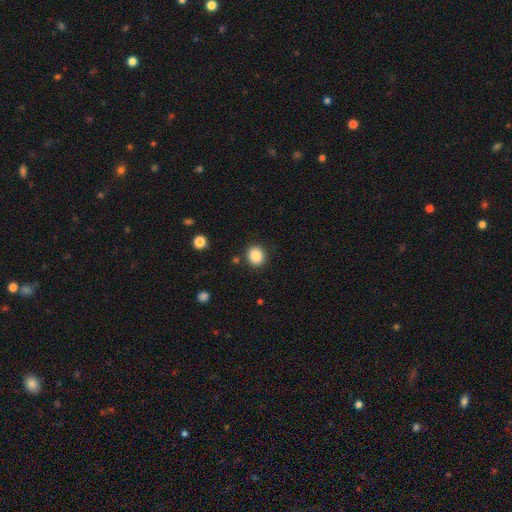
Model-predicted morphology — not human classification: Q: Smooth or featured?
A: smooth (88%); runner-up: star or artifact (9%)
Q: How rounded?
A: round (75%); runner-up: in between (24%)
Q: Merging?
A: none (88%); runner-up: minor disturbance (7%)